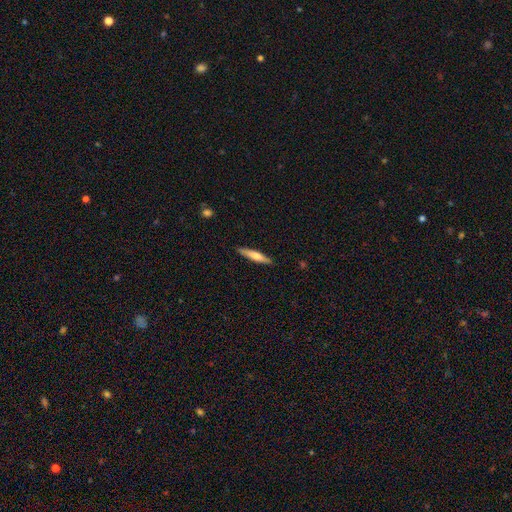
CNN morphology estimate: This appears to be a smooth galaxy with no disk features (61%) that is cigar-shaped (88%). Merging: none (89%).